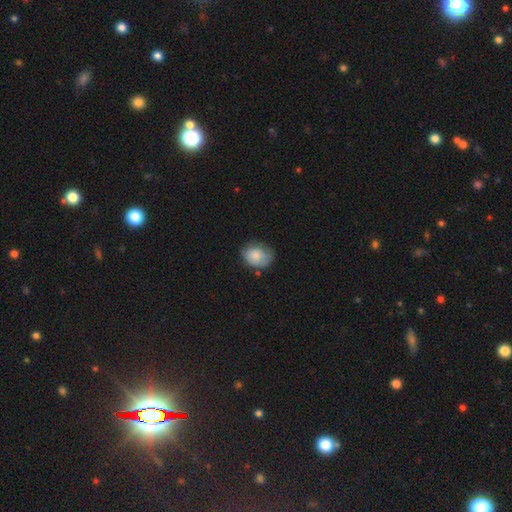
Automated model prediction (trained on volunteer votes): Q: Smooth or featured?
A: smooth (79%); runner-up: featured or disk (13%)
Q: How rounded?
A: in between (51%); runner-up: round (48%)
Q: Merging?
A: none (62%); runner-up: minor disturbance (28%)